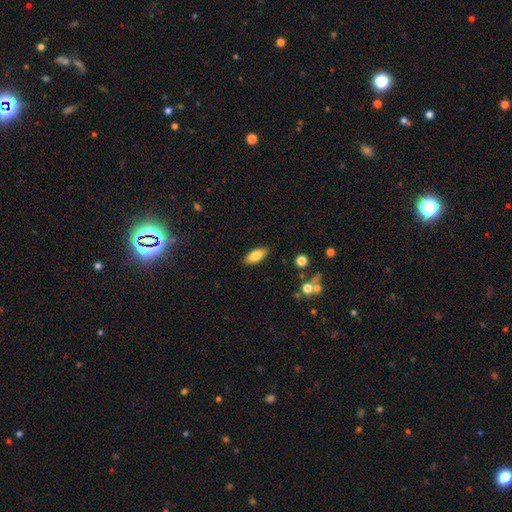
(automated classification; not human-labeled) A smooth galaxy with no disk features (76%) that is in between round and cigar-shaped (84%).

Vote fractions:
- Smooth or featured? smooth: 76% / featured or disk: 17% / star or artifact: 7%
- How rounded? in between: 84% / cigar-shaped: 14% / round: 3%
- Merging? none: 87% / minor disturbance: 9% / major disturbance: 2% / merger: 1%